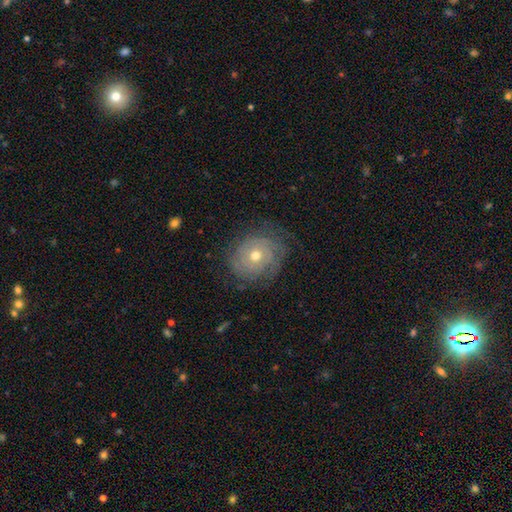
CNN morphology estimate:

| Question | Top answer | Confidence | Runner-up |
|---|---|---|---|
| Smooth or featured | featured or disk | 68% | smooth (23%) |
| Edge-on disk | no | 96% | yes (4%) |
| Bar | no | 85% | weak (13%) |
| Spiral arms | yes | 81% | no (19%) |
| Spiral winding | tight | 75% | medium (18%) |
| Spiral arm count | can't tell | 49% | 2 (19%) |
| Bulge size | moderate | 66% | small (30%) |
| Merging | none | 74% | minor disturbance (17%) |